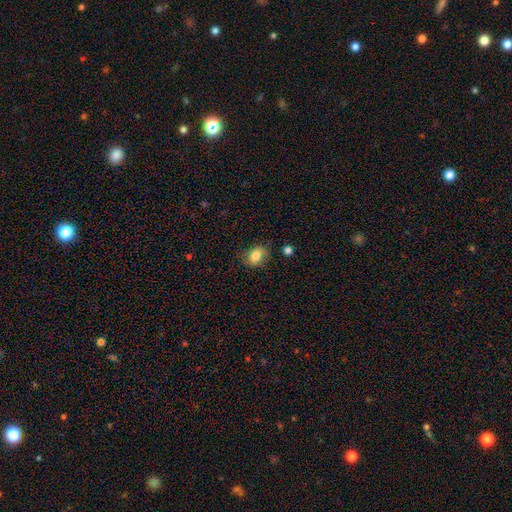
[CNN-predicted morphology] Smooth or featured: smooth — 81% (featured or disk — 10%)
How rounded: in between — 67% (round — 32%)
Merging: none — 77% (minor disturbance — 17%)